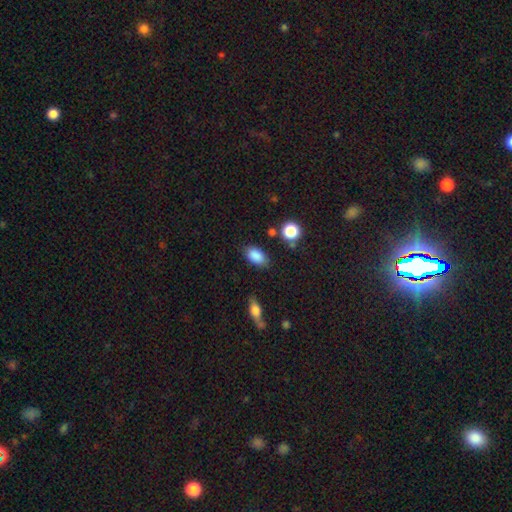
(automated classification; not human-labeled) Overall: smooth (86%). How rounded: in between (89%). Merging: none (80%).